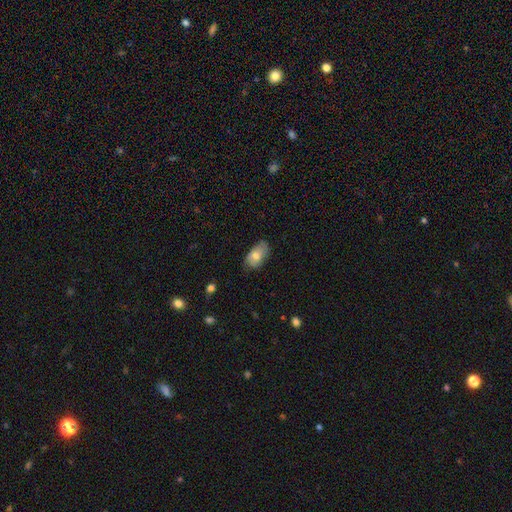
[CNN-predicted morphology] Smooth or featured?
  - smooth: 64% *
  - featured or disk: 29%
  - star or artifact: 7%
How rounded?
  - in between: 91% *
  - round: 7%
  - cigar-shaped: 2%
Merging?
  - none: 65% *
  - minor disturbance: 28%
  - major disturbance: 6%
  - merger: 1%